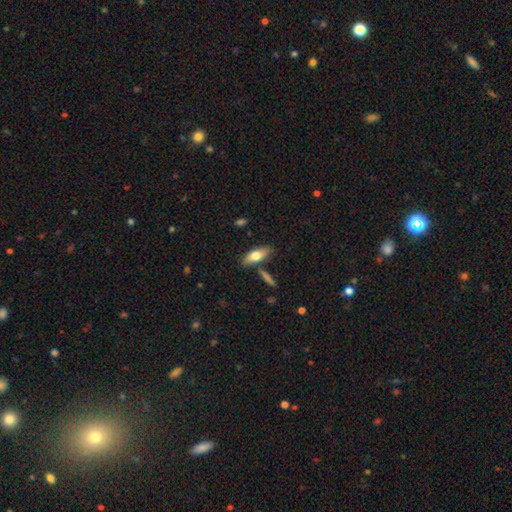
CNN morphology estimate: Overall: smooth (68%). How rounded: in between (67%; cigar-shaped 30%). Merging: none (73%).